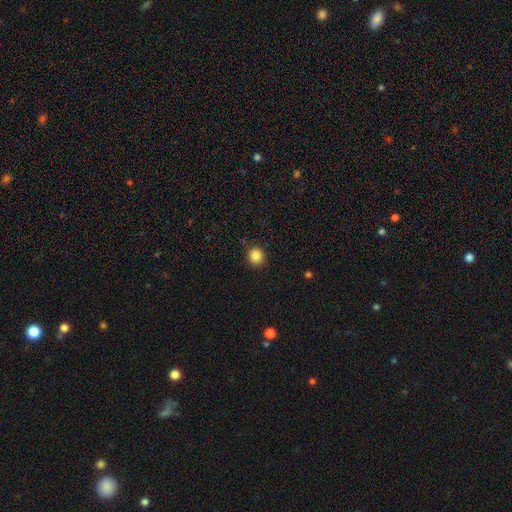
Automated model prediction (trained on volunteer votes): The model was most divided on "smooth or featured": smooth: 85%, star or artifact: 11%, featured or disk: 4%. More confident: how rounded — round (91%); merging — none (88%).